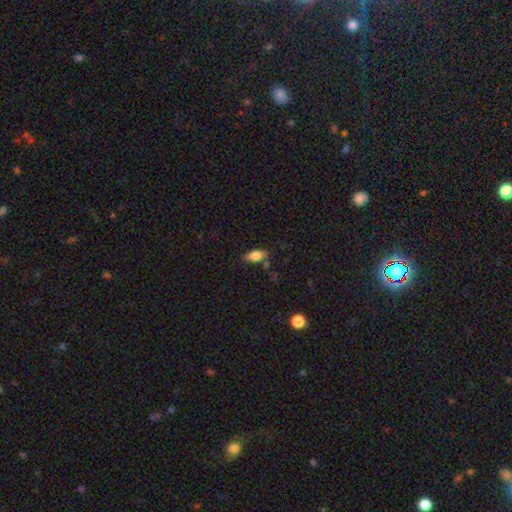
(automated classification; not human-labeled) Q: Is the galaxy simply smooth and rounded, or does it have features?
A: smooth — 77%.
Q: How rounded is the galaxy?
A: in between — 84%.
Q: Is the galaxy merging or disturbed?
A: none — 75%.